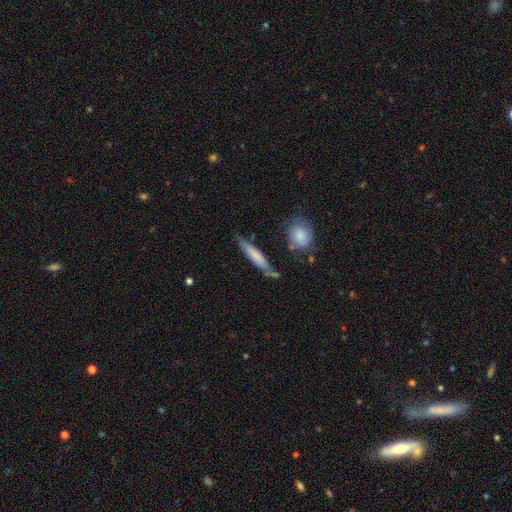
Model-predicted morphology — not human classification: Q: Smooth or featured?
A: smooth (66%); runner-up: featured or disk (28%)
Q: How rounded?
A: cigar-shaped (88%); runner-up: in between (10%)
Q: Merging?
A: none (71%); runner-up: minor disturbance (19%)